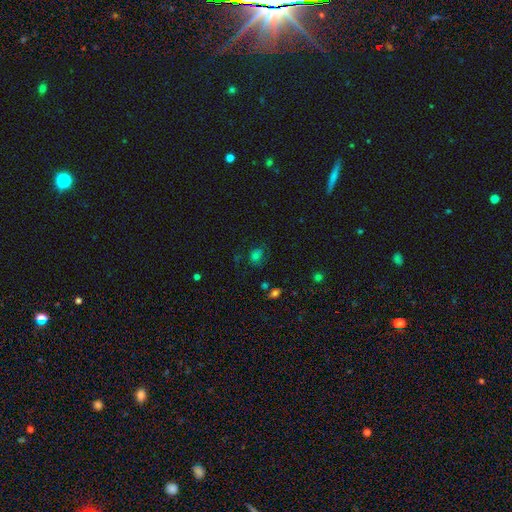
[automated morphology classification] This is possibly a smooth galaxy (59%). How rounded: possibly round (56%). Merging: possibly none (57%).